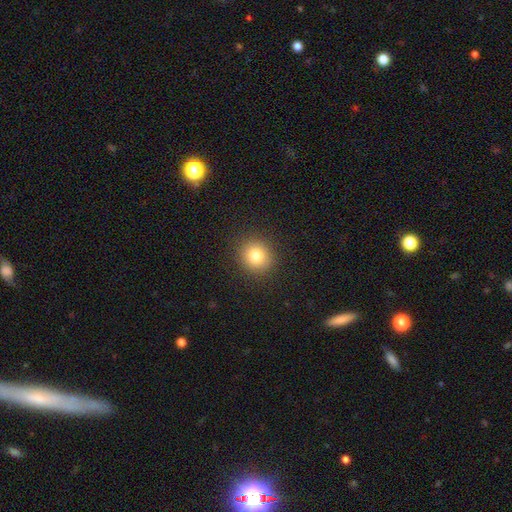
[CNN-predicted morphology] This appears to be a smooth galaxy with no disk features (81%) that is round (87%). Merging: none (90%).